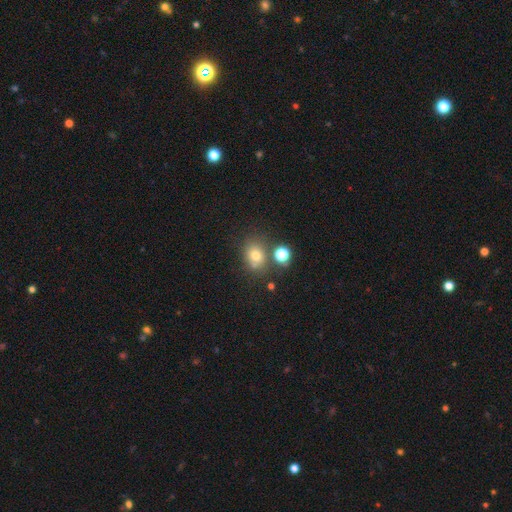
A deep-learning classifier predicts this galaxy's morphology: A smooth galaxy with no disk features (73%) that is round (62%). Merging: none (65%).